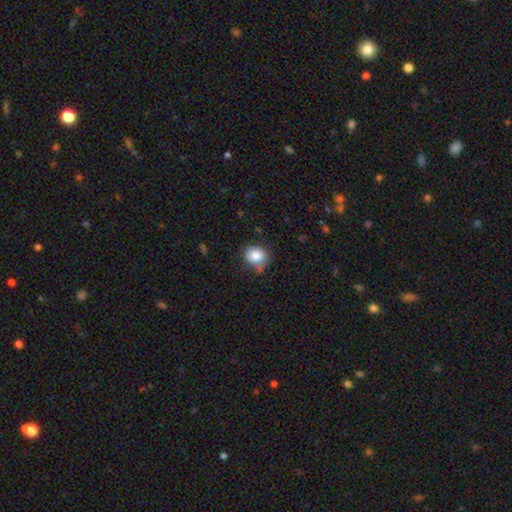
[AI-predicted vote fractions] smooth_or_featured: smooth (p=0.83) [alt: star or artifact p=0.09]
how_rounded: round (p=0.64) [alt: in between p=0.35]
merging: none (p=0.57) [alt: minor disturbance p=0.31]